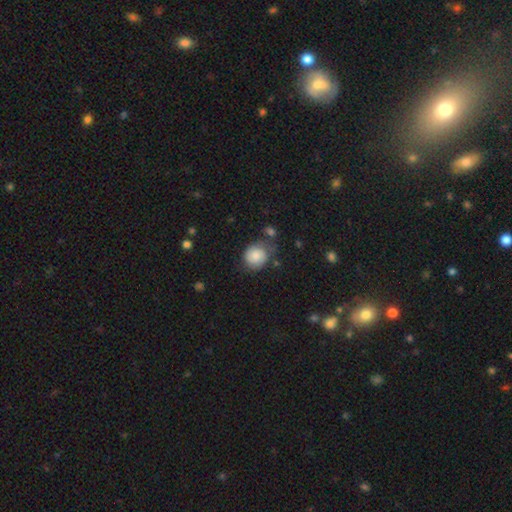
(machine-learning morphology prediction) The model was most divided on "smooth or featured": smooth: 61%, featured or disk: 30%, star or artifact: 9%. More confident: how rounded — round (69%); merging — none (60%).